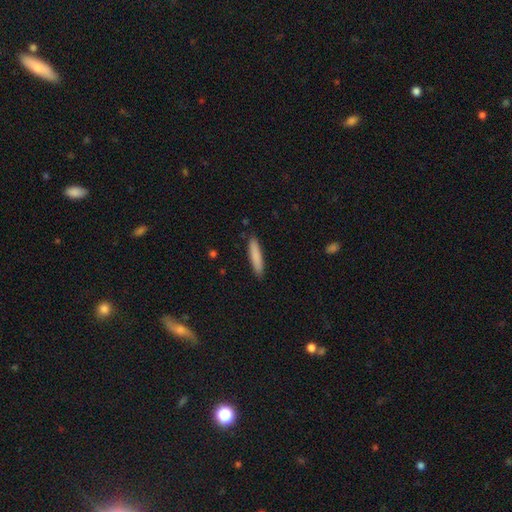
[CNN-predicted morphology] Smooth or featured: smooth — 83% (featured or disk — 11%)
How rounded: cigar-shaped — 87% (in between — 12%)
Merging: none — 88% (minor disturbance — 9%)